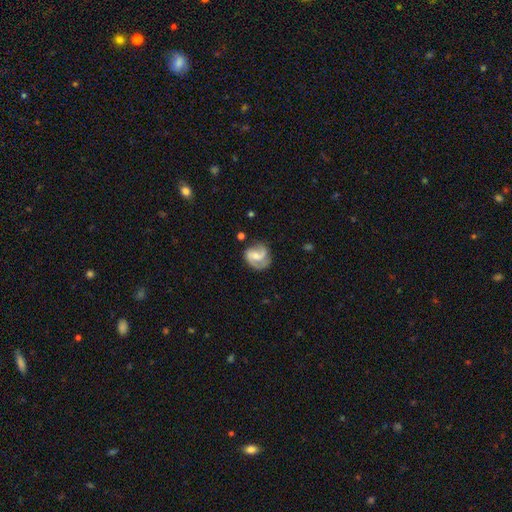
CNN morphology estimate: A featured or disk galaxy (79%) with a weak bar (46%), 2 (73%) medium (49%) spiral arms (95%) and a small central bulge (47%).

Vote fractions:
- Smooth or featured? featured or disk: 79% / smooth: 16% / star or artifact: 6%
- Edge-on disk? no: 98% / yes: 2%
- Bar? weak: 46% / no: 39% / strong: 15%
- Spiral arms? yes: 95% / no: 5%
- Spiral winding? medium: 49% / tight: 27% / loose: 24%
- Spiral arm count? 2: 73% / 1: 10% / 3: 7% / can't tell: 7% / 4: 1% / more than 4: 1%
- Bulge size? small: 47% / moderate: 42% / none: 7% / large: 3% / dominant: 1%
- Merging? none: 65% / minor disturbance: 21% / major disturbance: 11% / merger: 3%